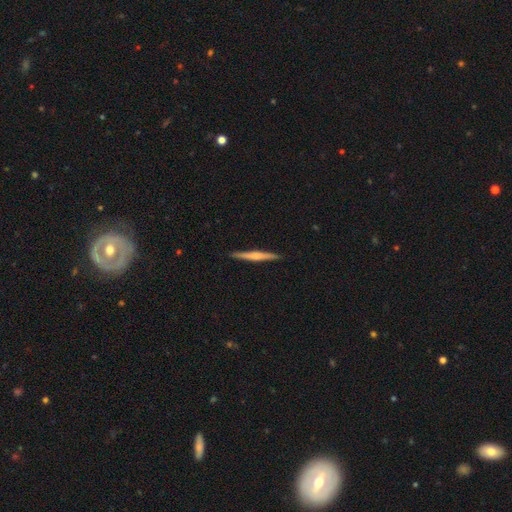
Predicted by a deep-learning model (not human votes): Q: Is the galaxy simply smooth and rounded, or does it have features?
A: featured or disk — 55%.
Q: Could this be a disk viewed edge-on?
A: yes — 98%.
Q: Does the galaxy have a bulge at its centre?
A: rounded — 61%.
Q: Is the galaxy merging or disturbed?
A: none — 91%.